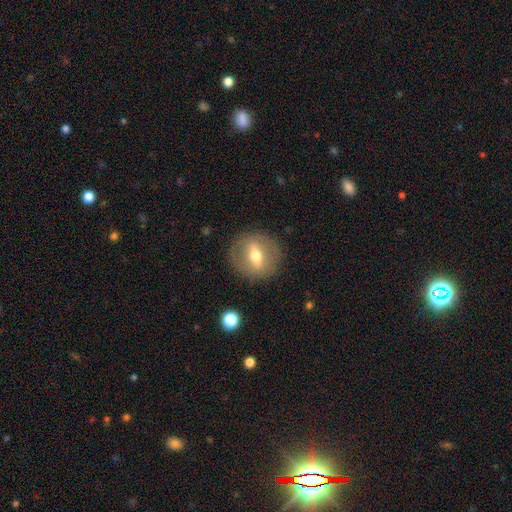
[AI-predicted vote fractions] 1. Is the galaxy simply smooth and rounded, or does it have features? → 52% featured or disk, 40% smooth, 8% star or artifact.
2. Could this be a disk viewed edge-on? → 74% no, 26% yes.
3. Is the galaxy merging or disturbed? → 85% none, 9% minor disturbance, 4% major disturbance, 1% merger.